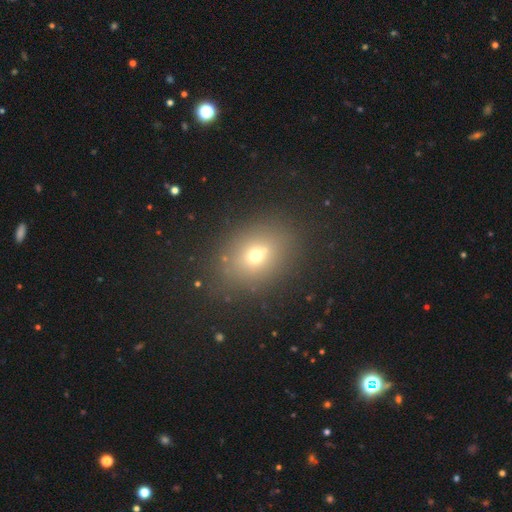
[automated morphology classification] Smooth or featured? Predicted: smooth (p=0.64). How rounded? Predicted: in between (p=0.51). Merging? Predicted: none (p=0.76).